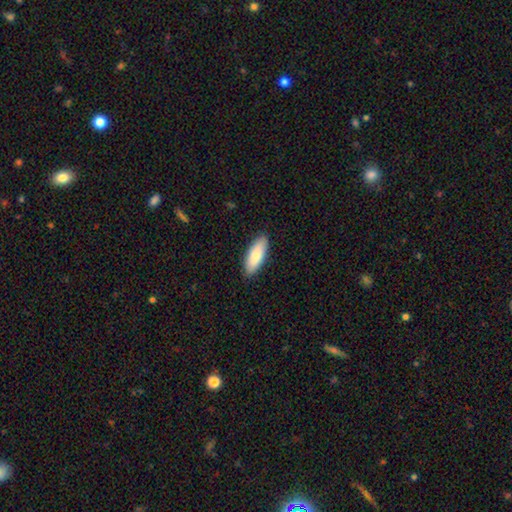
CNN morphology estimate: smooth-or-featured: smooth: 82% | featured or disk: 12% | star or artifact: 5%
  how-rounded: in between: 69% | cigar-shaped: 29% | round: 2%
  merging: none: 89% | minor disturbance: 8% | major disturbance: 2% | merger: 1%